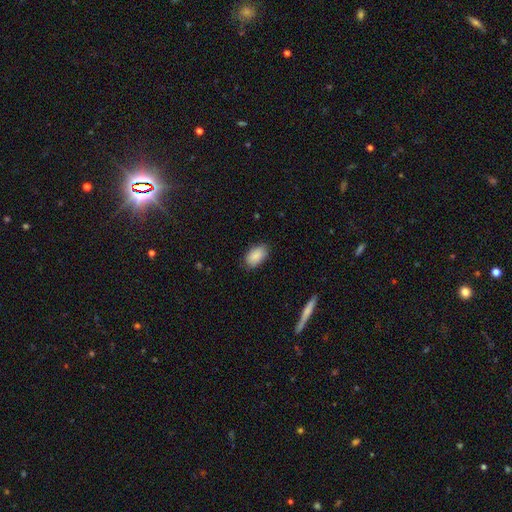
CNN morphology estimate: A smooth galaxy with no disk features (89%) that is in between round and cigar-shaped (93%).

Vote fractions:
- Smooth or featured? smooth: 89% / star or artifact: 7% / featured or disk: 5%
- How rounded? in between: 93% / round: 5% / cigar-shaped: 2%
- Merging? none: 83% / minor disturbance: 13% / major disturbance: 3% / merger: 1%